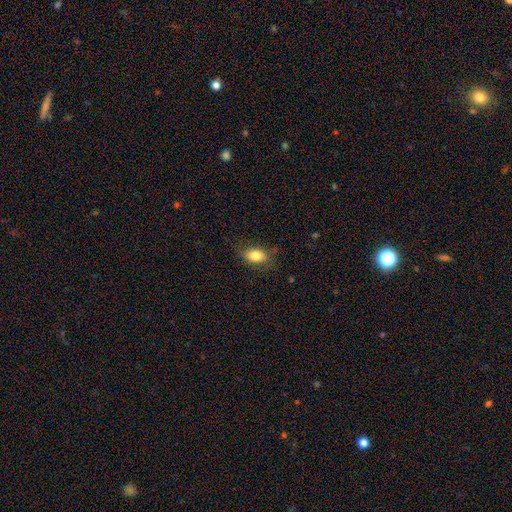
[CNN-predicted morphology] Smooth or featured? smooth (82%)
How rounded? in between (83%)
Merging? none (75%)